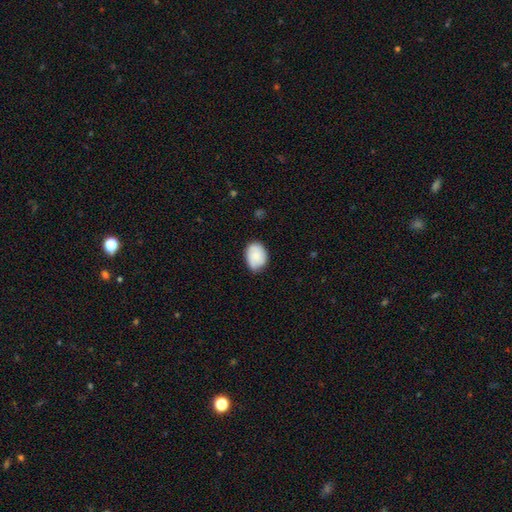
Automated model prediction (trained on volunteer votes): Q: Smooth or featured?
A: smooth (79%); runner-up: featured or disk (14%)
Q: How rounded?
A: in between (68%); runner-up: round (31%)
Q: Merging?
A: none (71%); runner-up: minor disturbance (25%)